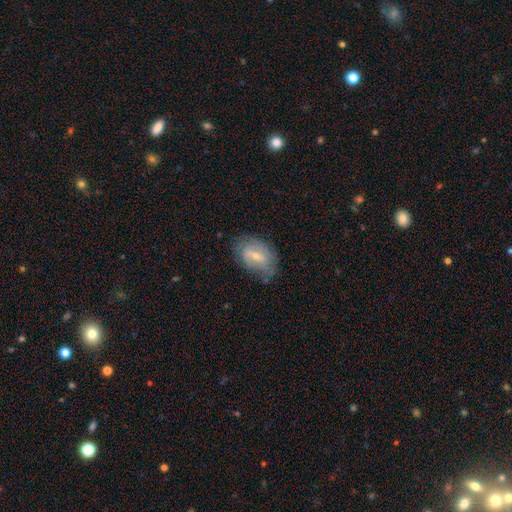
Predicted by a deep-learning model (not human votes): Smooth or featured? Predicted: featured or disk (p=0.58). Edge-on disk? Predicted: no (p=0.93). Bar? Predicted: weak (p=0.52). Spiral arms? Predicted: yes (p=0.67). Bulge size? Predicted: small (p=0.62). Merging? Predicted: none (p=0.66).